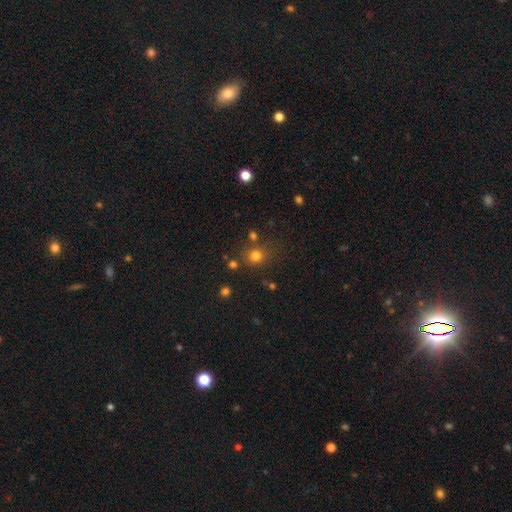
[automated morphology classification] Smooth or featured? Predicted: smooth (p=0.76). How rounded? Predicted: round (p=0.85). Merging? Predicted: none (p=0.75).